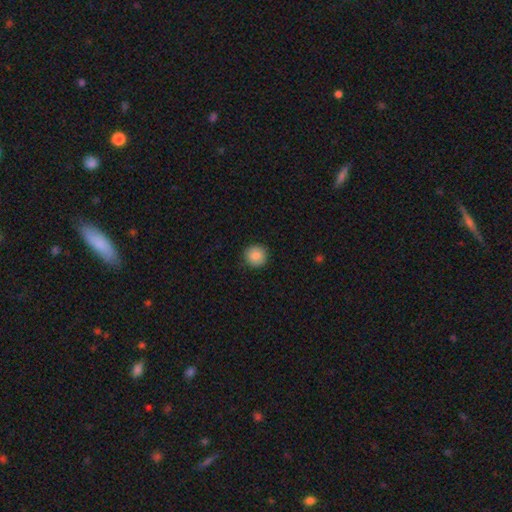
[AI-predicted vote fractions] Overall: smooth (87%). How rounded: round (94%). Merging: none (91%).